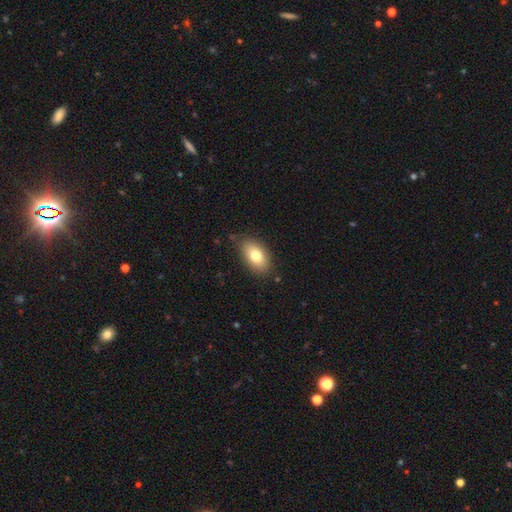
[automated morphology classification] A smooth galaxy with no disk features (77%) that is in between round and cigar-shaped (91%). Merging: none (81%).